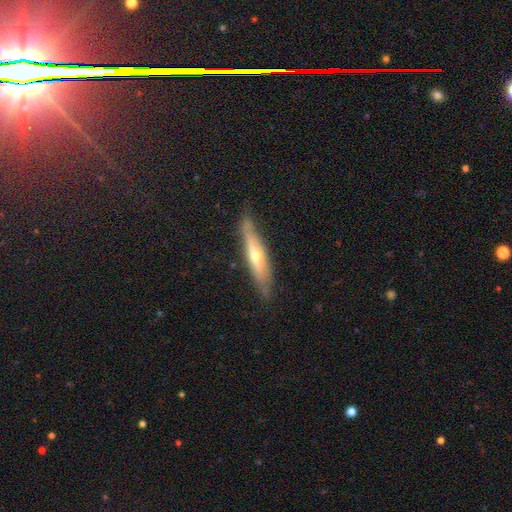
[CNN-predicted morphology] featured or disk 61%, smooth 32%, star or artifact 7%. Down the decision tree: edge-on disk — yes (85%); edge-on bulge — rounded (79%); merging — none (77%).